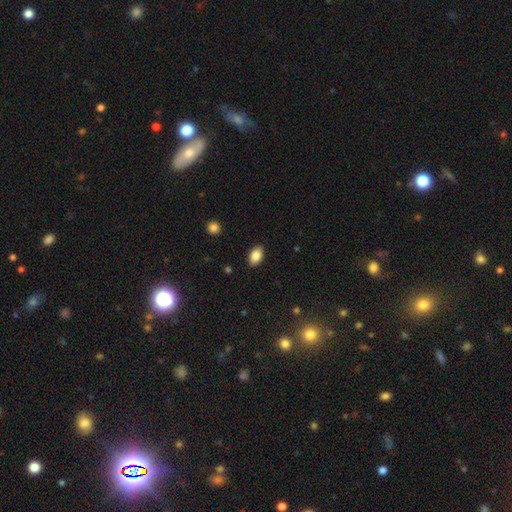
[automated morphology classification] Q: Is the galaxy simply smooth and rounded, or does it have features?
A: smooth — 85%.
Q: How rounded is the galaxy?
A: in between — 90%.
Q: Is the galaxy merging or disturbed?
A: none — 88%.